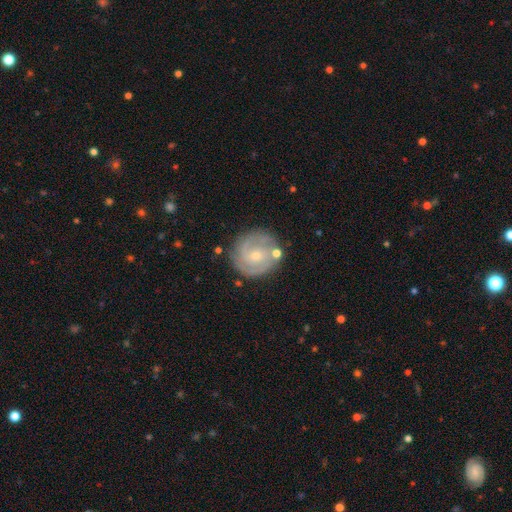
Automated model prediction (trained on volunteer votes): Smooth or featured? featured or disk (80%)
Edge-on disk? no (98%)
Bar? no (65%)
Spiral arms? yes (95%)
Spiral winding? tight (62%)
Spiral arm count? 2 (53%)
Bulge size? small (69%)
Merging? none (76%)